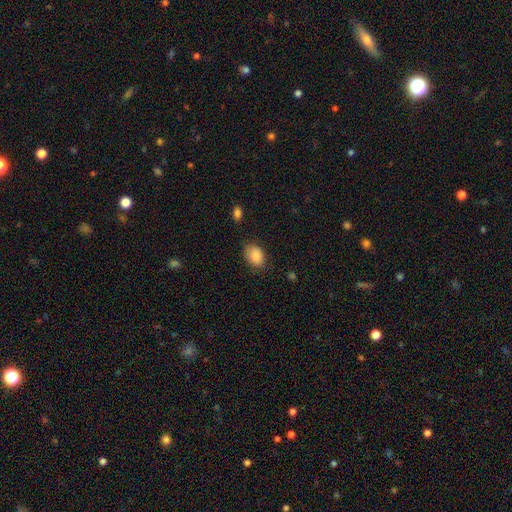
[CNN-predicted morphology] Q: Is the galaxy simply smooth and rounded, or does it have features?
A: smooth — 87%.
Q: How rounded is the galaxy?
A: in between — 75%.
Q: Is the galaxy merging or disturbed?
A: none — 75%.